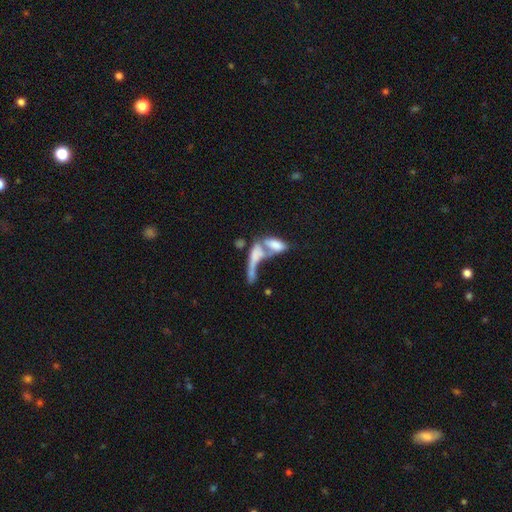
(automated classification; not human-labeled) Smooth or featured? Predicted: smooth (p=0.56). How rounded? Predicted: in between (p=0.53). Merging? Predicted: merger (p=0.67).